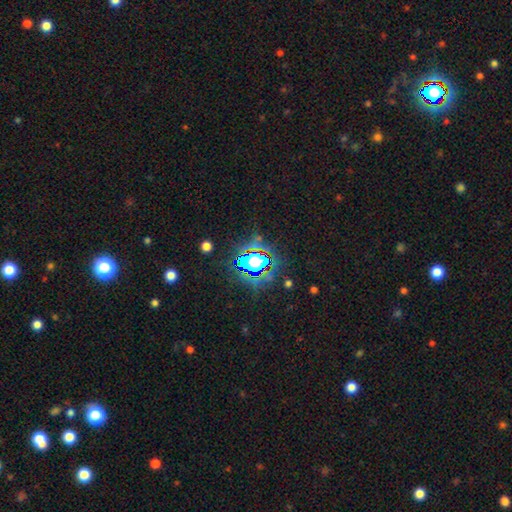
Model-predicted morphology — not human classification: Smooth or featured? Predicted: star or artifact (p=0.79).